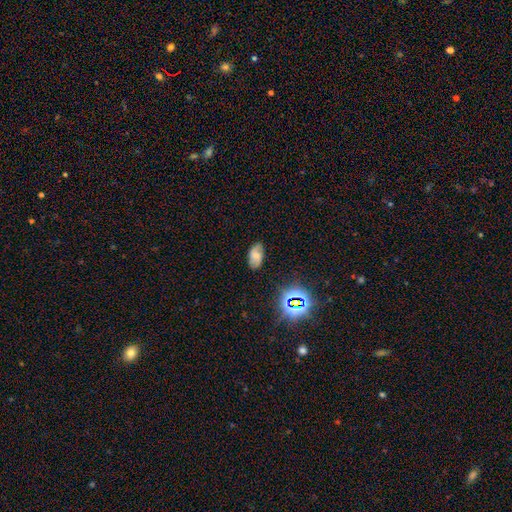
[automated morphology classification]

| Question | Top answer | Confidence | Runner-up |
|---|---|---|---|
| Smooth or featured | smooth | 56% | featured or disk (28%) |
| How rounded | in between | 92% | round (6%) |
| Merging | none | 79% | minor disturbance (16%) |